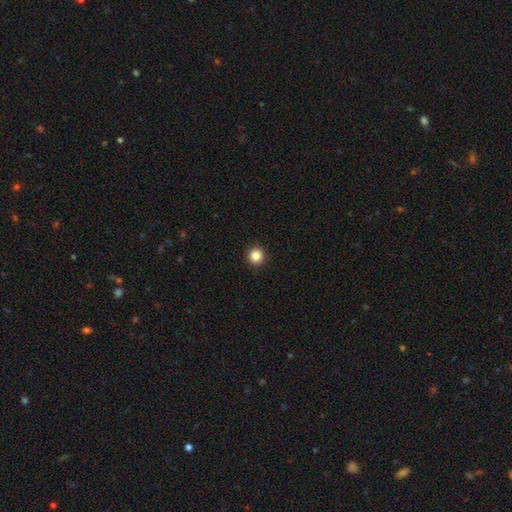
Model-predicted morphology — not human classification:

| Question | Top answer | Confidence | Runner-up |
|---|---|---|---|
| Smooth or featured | smooth | 86% | star or artifact (10%) |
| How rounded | round | 95% | in between (4%) |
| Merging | none | 94% | minor disturbance (4%) |